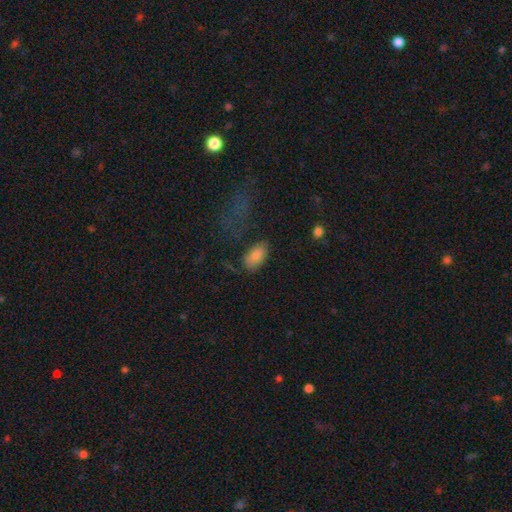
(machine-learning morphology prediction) This appears to be a smooth galaxy with no disk features (82%) that is in between round and cigar-shaped (93%). Merging: none (74%).